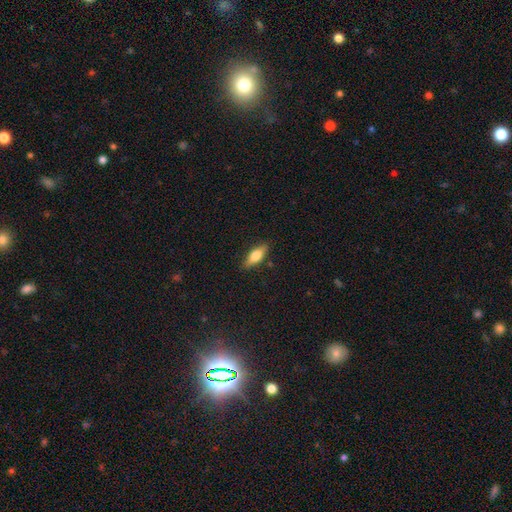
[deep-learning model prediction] Smooth or featured? Predicted: smooth (p=0.66). How rounded? Predicted: in between (p=0.60). Merging? Predicted: none (p=0.86).